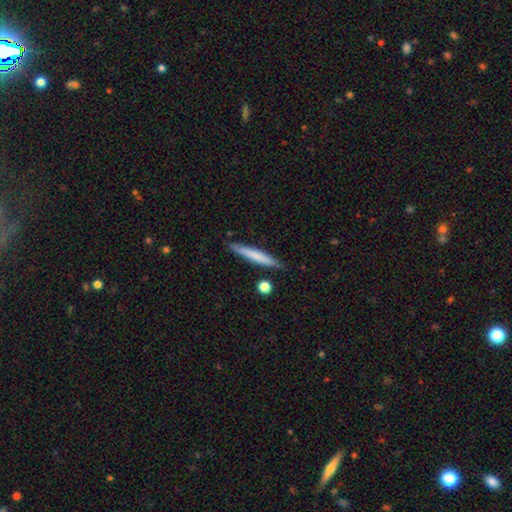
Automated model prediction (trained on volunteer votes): Smooth or featured?
  - smooth: 67% *
  - featured or disk: 27%
  - star or artifact: 6%
How rounded?
  - cigar-shaped: 95% *
  - in between: 4%
  - round: 1%
Merging?
  - none: 86% *
  - minor disturbance: 10%
  - merger: 3%
  - major disturbance: 2%